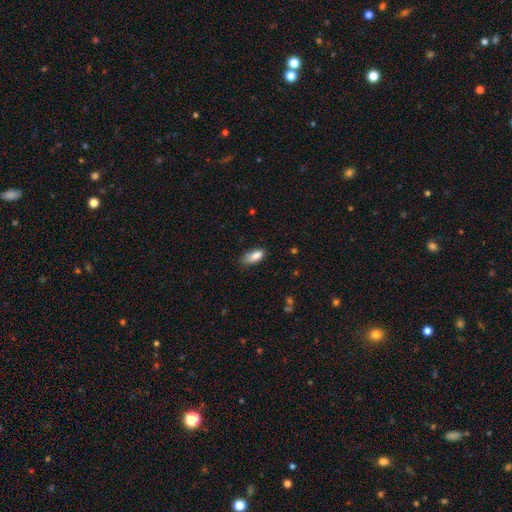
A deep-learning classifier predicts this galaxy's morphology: Smooth or featured? Predicted: smooth (p=0.83). How rounded? Predicted: in between (p=0.80). Merging? Predicted: none (p=0.57).